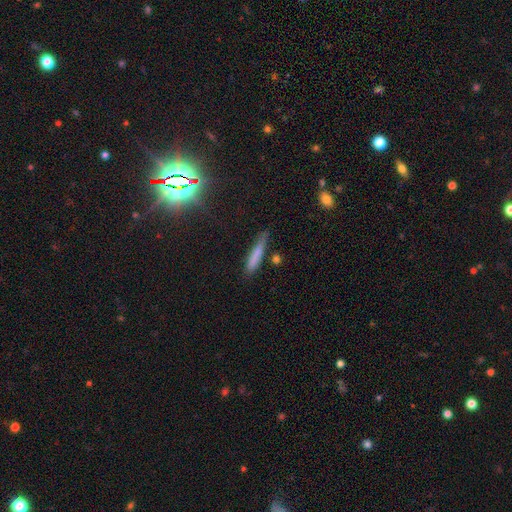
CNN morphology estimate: Overall: smooth (74%). How rounded: cigar-shaped (90%). Merging: none (69%).